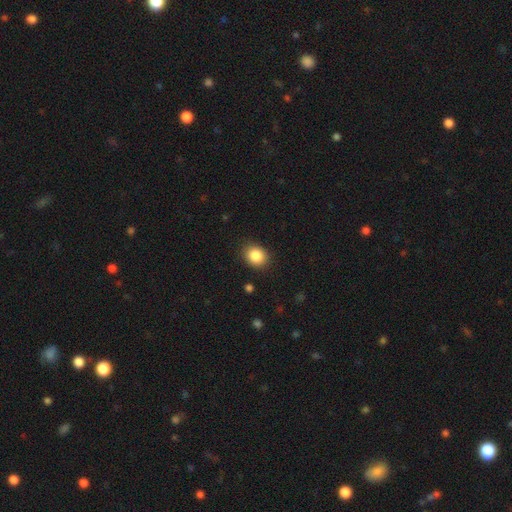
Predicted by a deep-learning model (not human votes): Smooth or featured: smooth — 86% (star or artifact — 9%)
How rounded: round — 63% (in between — 36%)
Merging: none — 88% (minor disturbance — 8%)